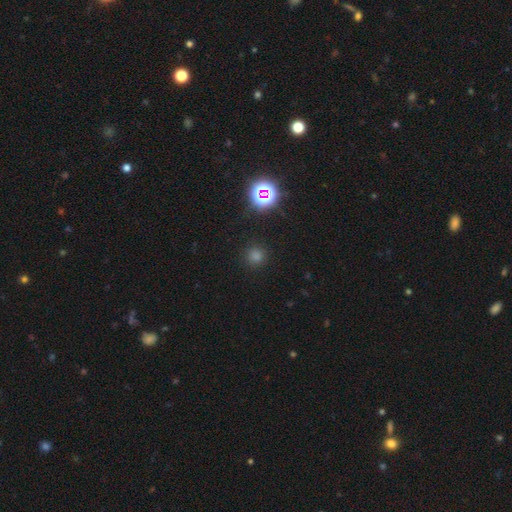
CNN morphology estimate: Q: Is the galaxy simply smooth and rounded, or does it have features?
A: smooth — 67%.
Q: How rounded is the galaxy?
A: round — 95%.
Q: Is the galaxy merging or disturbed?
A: none — 90%.